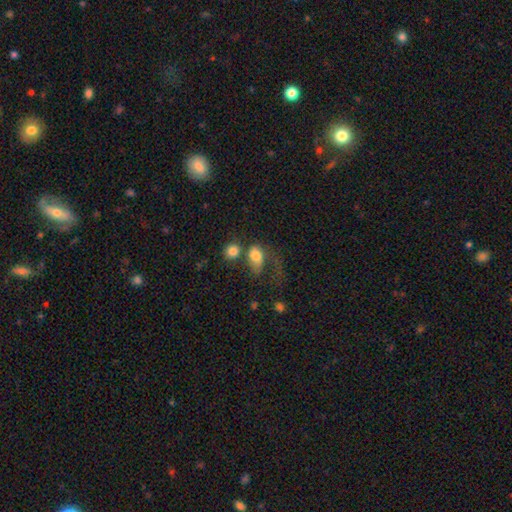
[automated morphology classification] Smooth or featured?
  - smooth: 73% *
  - featured or disk: 17%
  - star or artifact: 10%
How rounded?
  - in between: 69% *
  - round: 28%
  - cigar-shaped: 2%
Merging?
  - merger: 34% *
  - major disturbance: 32%
  - none: 20%
  - minor disturbance: 14%